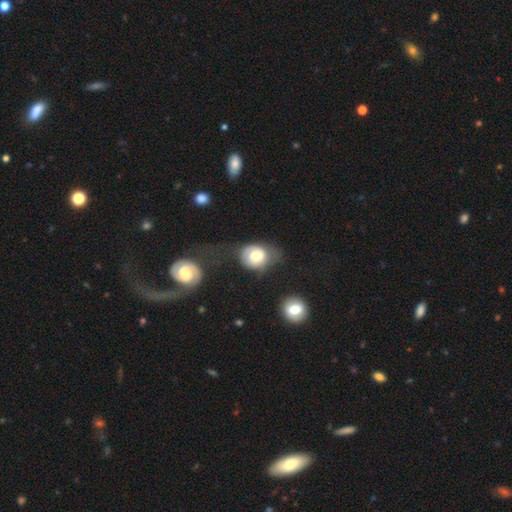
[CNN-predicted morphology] Q: Smooth or featured?
A: smooth (64%); runner-up: featured or disk (29%)
Q: How rounded?
A: round (55%); runner-up: in between (44%)
Q: Merging?
A: none (37%); runner-up: minor disturbance (29%)